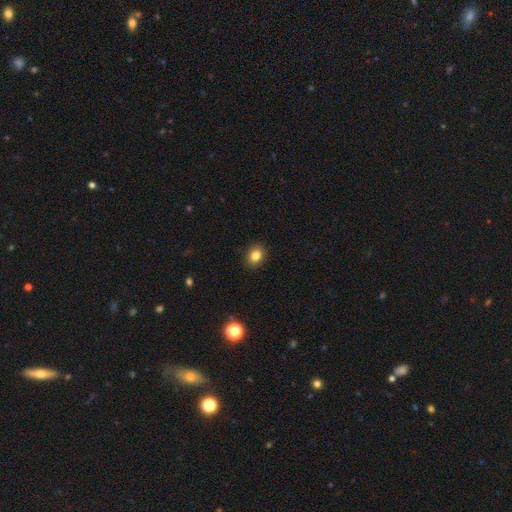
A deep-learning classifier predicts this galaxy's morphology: Smooth or featured? Predicted: smooth (p=0.83). How rounded? Predicted: round (p=0.50). Merging? Predicted: none (p=0.90).